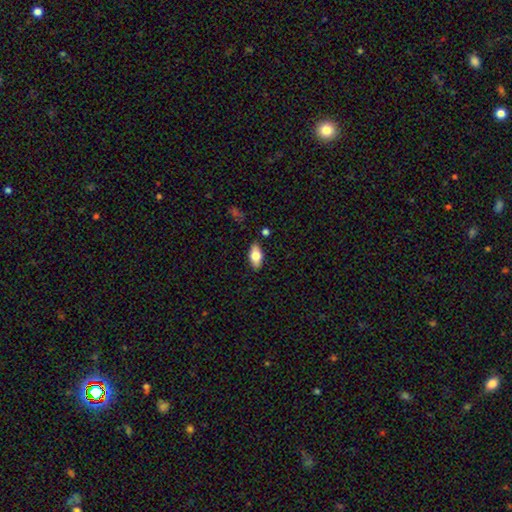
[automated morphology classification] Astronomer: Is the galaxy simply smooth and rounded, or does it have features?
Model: smooth — 72%.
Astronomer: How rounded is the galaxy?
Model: in between — 88%.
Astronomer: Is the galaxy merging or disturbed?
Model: none — 86%.